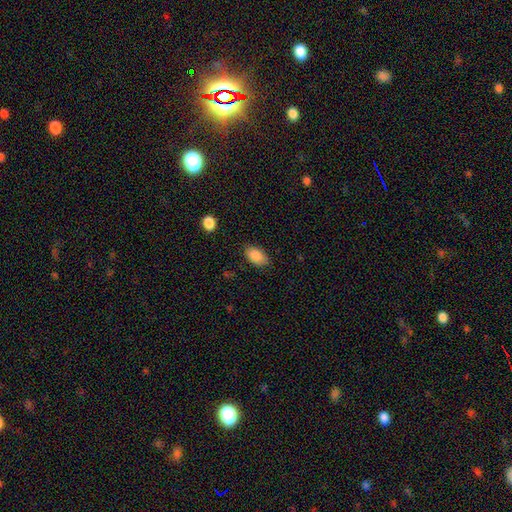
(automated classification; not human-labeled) This appears to be a smooth galaxy with no disk features (88%) that is in between round and cigar-shaped (92%). Merging: none (82%).